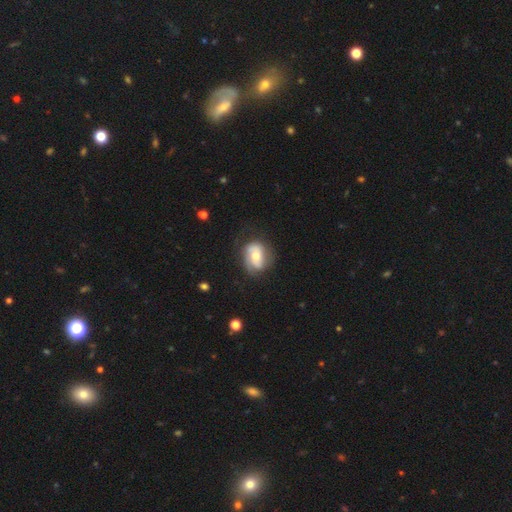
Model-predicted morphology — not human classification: type=featured or disk (58%); edge-on=no (96%); bar=no (55%); spiral arms=yes (79%); bulge=moderate (66%); merging=none (65%).